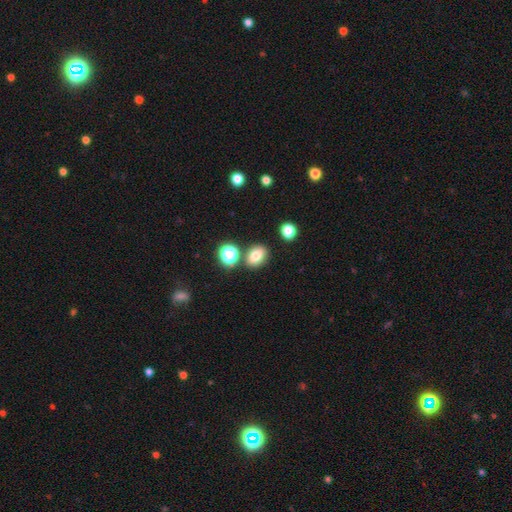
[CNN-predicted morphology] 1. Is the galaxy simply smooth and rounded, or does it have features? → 76% smooth, 14% star or artifact, 10% featured or disk.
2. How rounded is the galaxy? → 65% in between, 34% round, 1% cigar-shaped.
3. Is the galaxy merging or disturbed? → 77% none, 11% minor disturbance, 10% merger, 3% major disturbance.